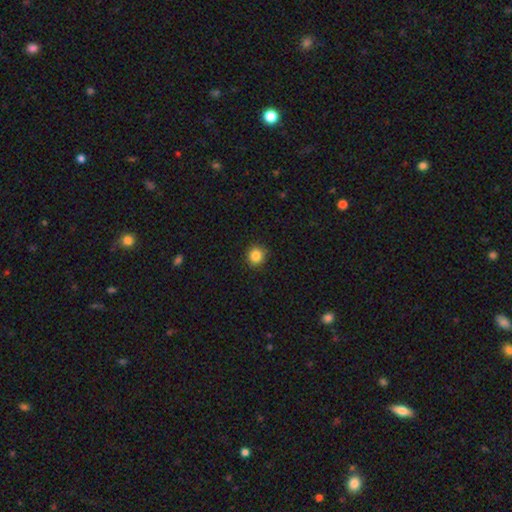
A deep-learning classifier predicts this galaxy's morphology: This appears to be a smooth galaxy with no disk features (85%) that is round (92%). Merging: none (91%).